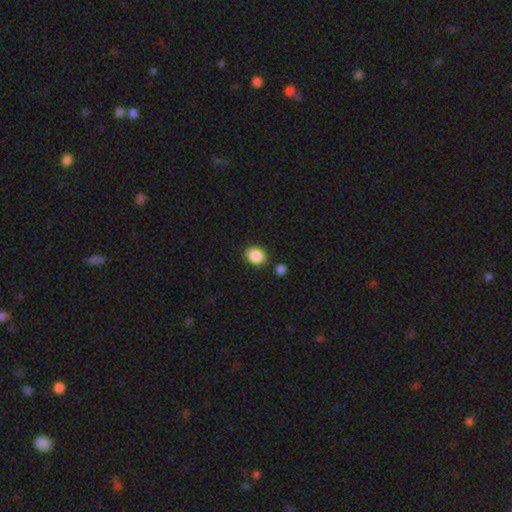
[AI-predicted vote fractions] Q: Smooth or featured?
A: smooth (88%); runner-up: star or artifact (8%)
Q: How rounded?
A: round (59%); runner-up: in between (40%)
Q: Merging?
A: none (83%); runner-up: minor disturbance (9%)